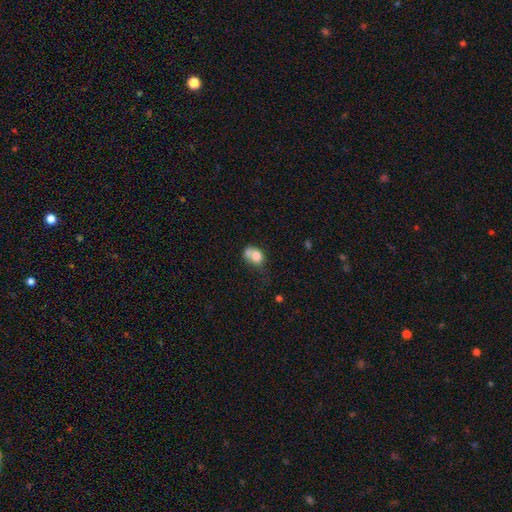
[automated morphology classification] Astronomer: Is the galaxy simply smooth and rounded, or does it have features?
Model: smooth — 73%.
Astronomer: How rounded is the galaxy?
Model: round — 50% (runner-up: in between, 49%).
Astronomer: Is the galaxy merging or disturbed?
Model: merger — 45% (runner-up: none, 26%).